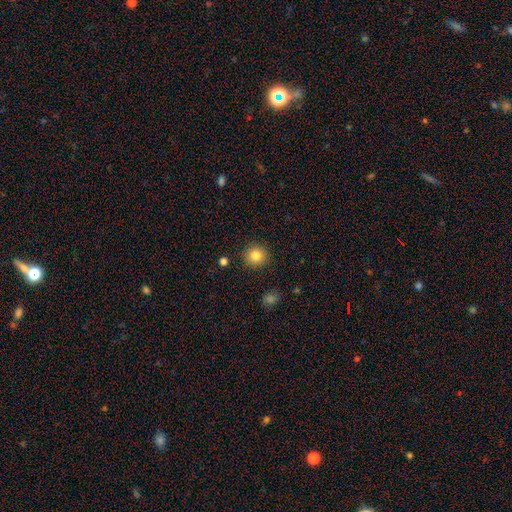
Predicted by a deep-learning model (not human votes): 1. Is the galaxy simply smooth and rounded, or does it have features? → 83% smooth, 10% star or artifact, 7% featured or disk.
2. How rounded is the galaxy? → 91% round, 8% in between, 1% cigar-shaped.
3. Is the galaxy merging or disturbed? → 89% none, 7% minor disturbance, 2% major disturbance, 1% merger.